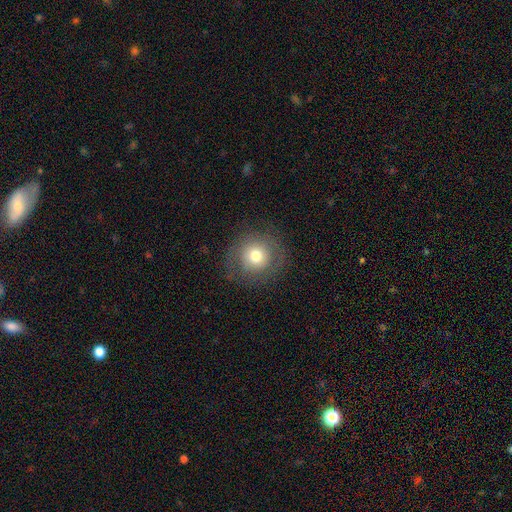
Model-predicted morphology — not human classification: Smooth or featured: smooth — 69% (featured or disk — 20%)
How rounded: round — 90% (in between — 9%)
Merging: none — 78% (minor disturbance — 13%)